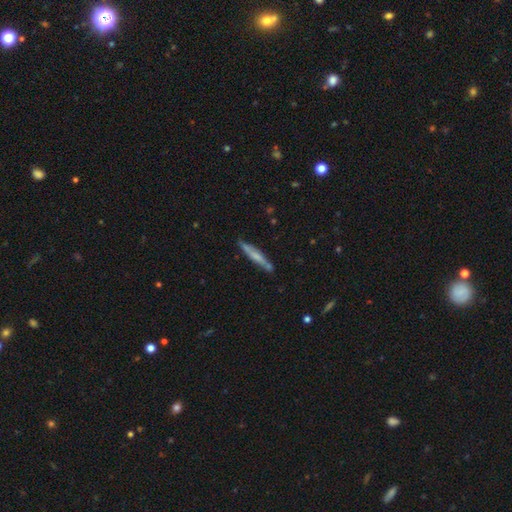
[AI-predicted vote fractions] A smooth galaxy with no disk features (47%).

Vote fractions:
- Smooth or featured? smooth: 47% / featured or disk: 46% / star or artifact: 6%
- Merging? none: 80% / minor disturbance: 14% / merger: 3% / major disturbance: 3%